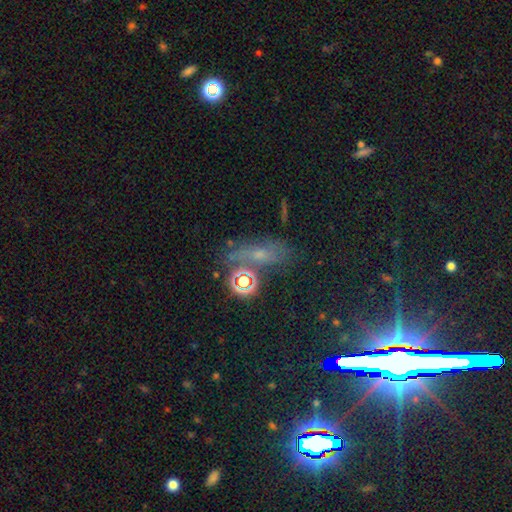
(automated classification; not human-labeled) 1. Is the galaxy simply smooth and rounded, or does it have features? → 49% star or artifact, 26% featured or disk, 25% smooth.